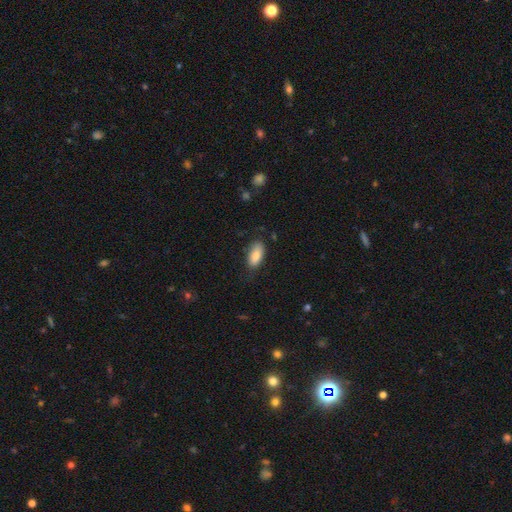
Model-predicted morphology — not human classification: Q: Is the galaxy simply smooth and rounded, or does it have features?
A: smooth — 82%.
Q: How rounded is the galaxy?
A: in between — 89%.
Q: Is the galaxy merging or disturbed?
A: none — 76%.